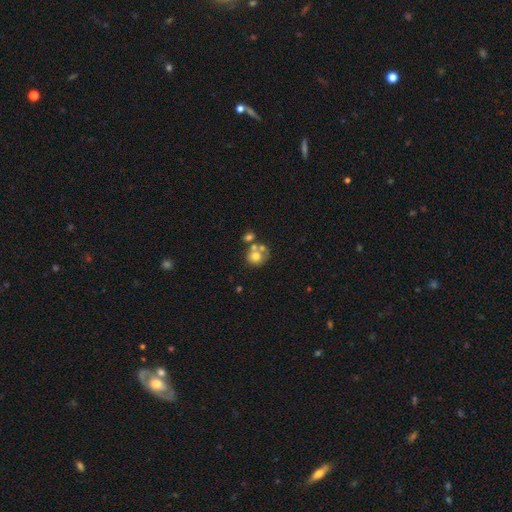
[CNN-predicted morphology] smooth_or_featured: smooth (p=0.66) [alt: featured or disk p=0.23]
how_rounded: round (p=0.73) [alt: in between p=0.26]
merging: merger (p=0.43) [alt: none p=0.39]